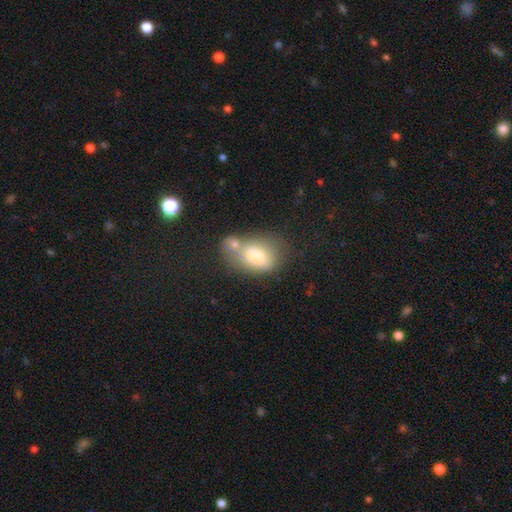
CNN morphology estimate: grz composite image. It shows a smooth galaxy with no disk features (72%) that is in between round and cigar-shaped (81%). Merging: merger (46%).